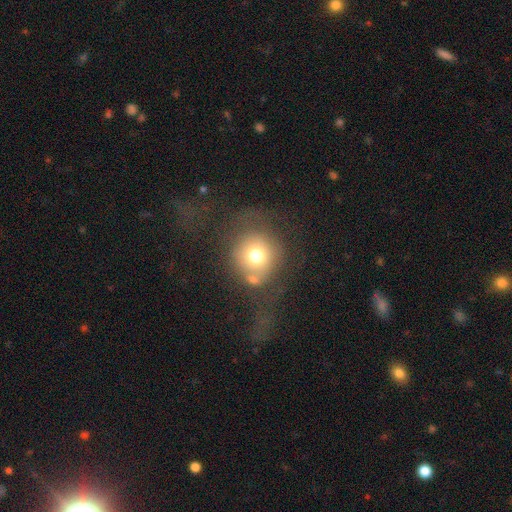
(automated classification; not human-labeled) The model was most divided on "merging": none: 50%, major disturbance: 22%, minor disturbance: 19%, merger: 10%. More confident: how rounded — round (87%); smooth or featured — smooth (68%).